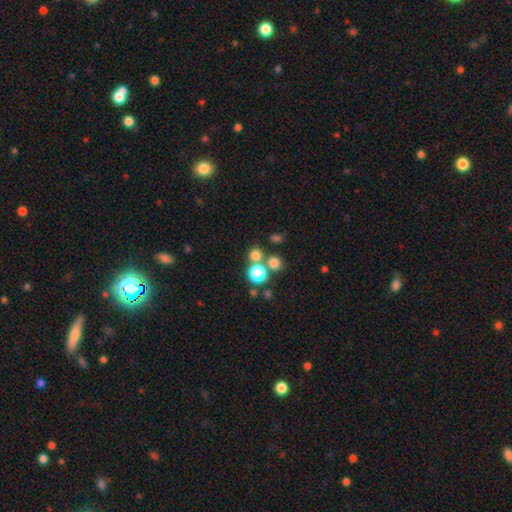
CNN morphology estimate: A smooth galaxy with no disk features (73%) that is round (88%).

Vote fractions:
- Smooth or featured? smooth: 73% / star or artifact: 19% / featured or disk: 8%
- How rounded? round: 88% / in between: 11% / cigar-shaped: 1%
- Merging? none: 62% / merger: 28% / minor disturbance: 7% / major disturbance: 3%